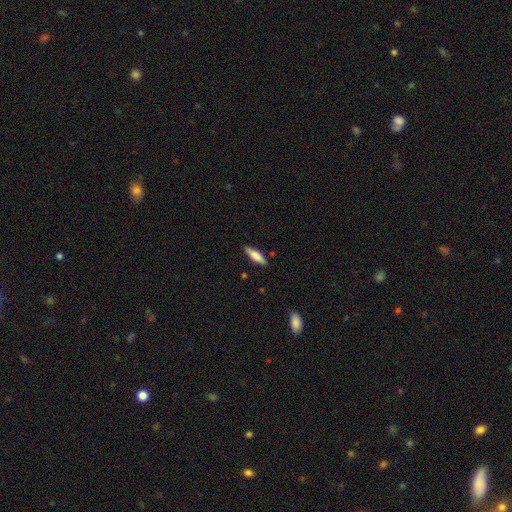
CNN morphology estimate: The model was most divided on "how rounded": cigar-shaped: 58%, in between: 40%, round: 2%. More confident: merging — none (85%); smooth or featured — smooth (74%).